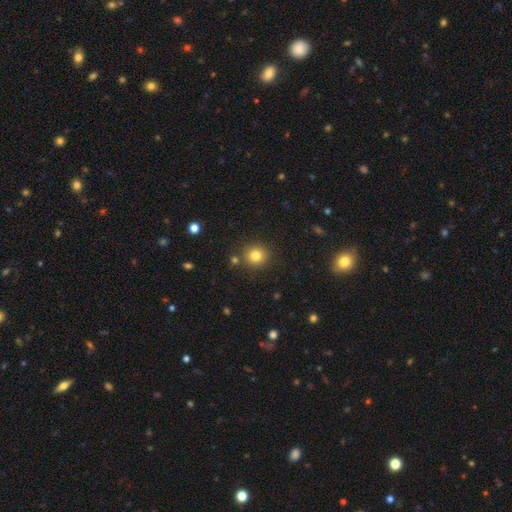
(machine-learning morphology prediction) A smooth galaxy with no disk features (81%) that is round (90%). Merging: none (84%).